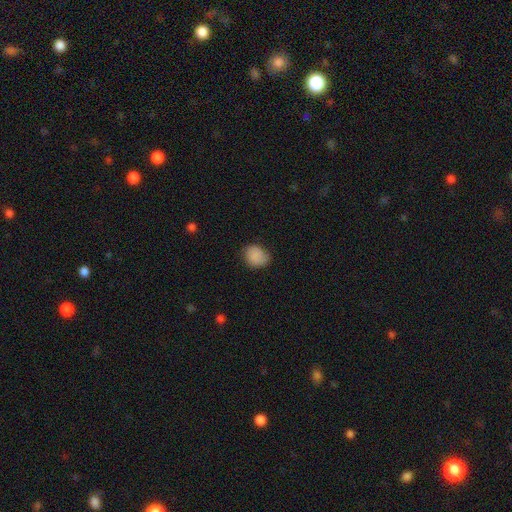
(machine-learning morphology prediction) smooth_or_featured: smooth (p=0.86) [alt: star or artifact p=0.09]
how_rounded: round (p=0.58) [alt: in between p=0.41]
merging: none (p=0.71) [alt: minor disturbance p=0.23]